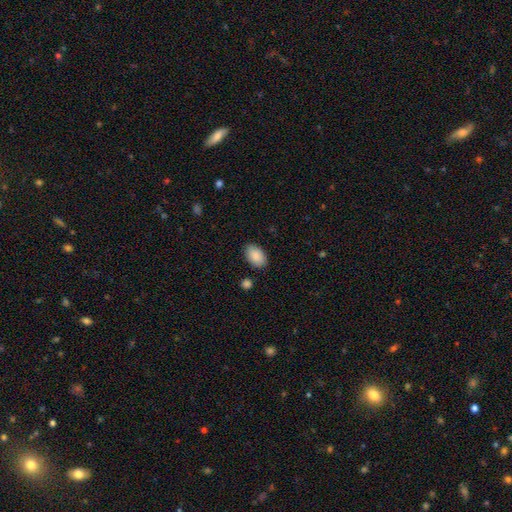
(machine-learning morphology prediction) Q: Smooth or featured?
A: smooth (88%); runner-up: star or artifact (6%)
Q: How rounded?
A: in between (91%); runner-up: round (8%)
Q: Merging?
A: none (83%); runner-up: minor disturbance (12%)